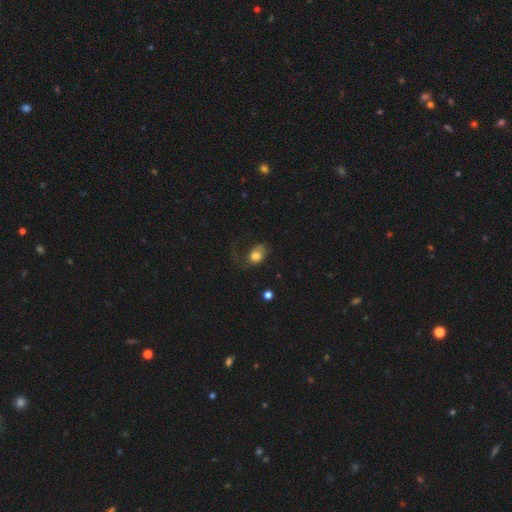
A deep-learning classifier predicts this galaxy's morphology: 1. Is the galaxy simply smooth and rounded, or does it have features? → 73% smooth, 18% featured or disk, 9% star or artifact.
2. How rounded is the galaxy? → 70% in between, 28% round, 2% cigar-shaped.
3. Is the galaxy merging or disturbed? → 45% major disturbance, 29% none, 23% minor disturbance, 3% merger.